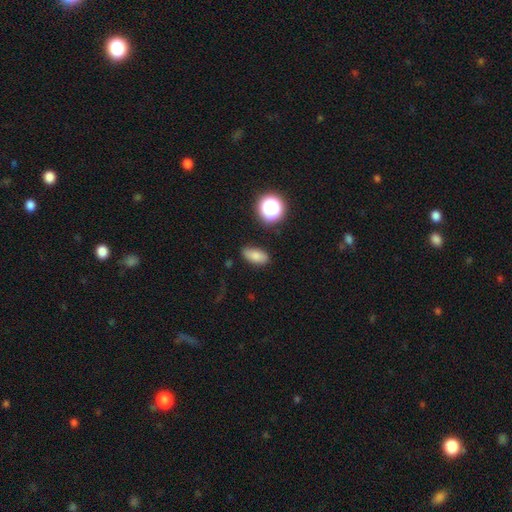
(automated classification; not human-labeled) The model was most divided on "merging": none: 81%, minor disturbance: 14%, major disturbance: 3%, merger: 2%. More confident: how rounded — in between (88%); smooth or featured — smooth (79%).